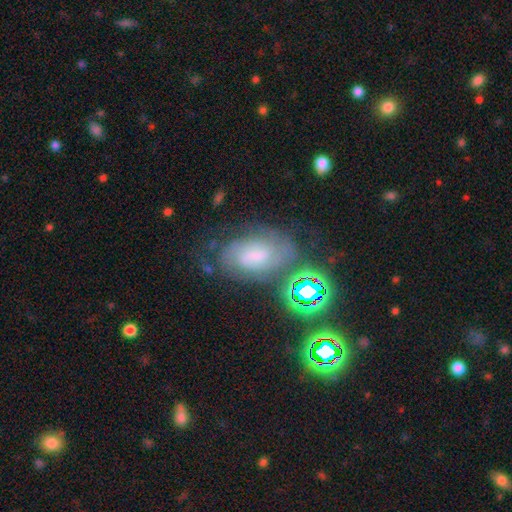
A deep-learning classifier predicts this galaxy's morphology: This appears to be a featured or disk galaxy (56%) with a weak bar (45%), spiral arms (86%) and a small central bulge (36%). Merging: none (63%).